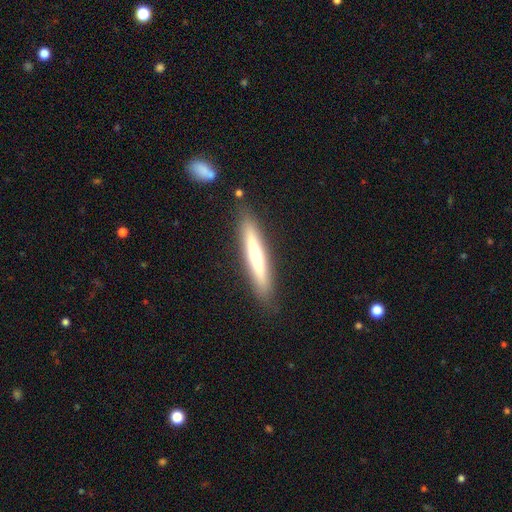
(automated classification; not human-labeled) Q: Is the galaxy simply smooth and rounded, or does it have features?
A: featured or disk — 54%.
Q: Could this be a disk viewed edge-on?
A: yes — 92%.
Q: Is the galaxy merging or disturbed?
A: none — 87%.